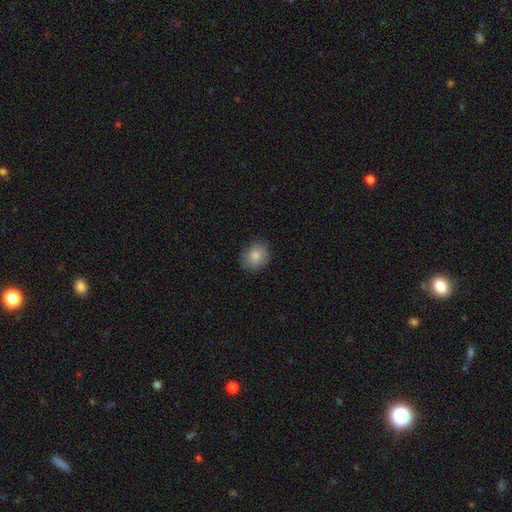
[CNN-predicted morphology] This appears to be a smooth galaxy with no disk features (84%) that is round (60%). Merging: none (82%).